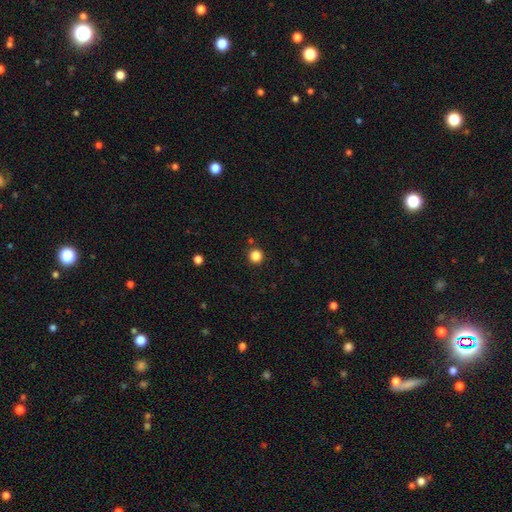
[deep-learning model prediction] Smooth or featured: smooth — 84% (star or artifact — 12%)
How rounded: round — 95% (in between — 4%)
Merging: none — 90% (minor disturbance — 5%)